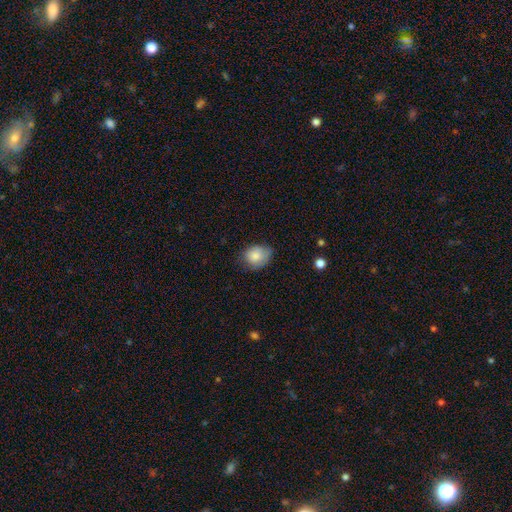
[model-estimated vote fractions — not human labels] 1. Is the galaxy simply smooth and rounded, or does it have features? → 82% smooth, 10% featured or disk, 8% star or artifact.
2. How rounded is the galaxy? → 52% in between, 47% round, 1% cigar-shaped.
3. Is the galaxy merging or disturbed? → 61% none, 31% minor disturbance, 6% major disturbance, 1% merger.